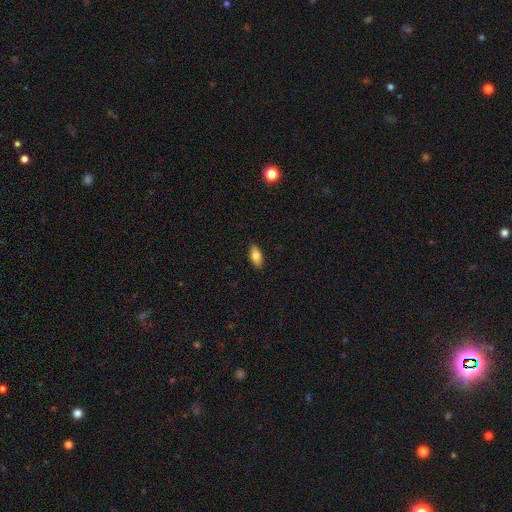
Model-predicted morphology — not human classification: Overall: smooth (78%). How rounded: in between (86%). Merging: none (88%).